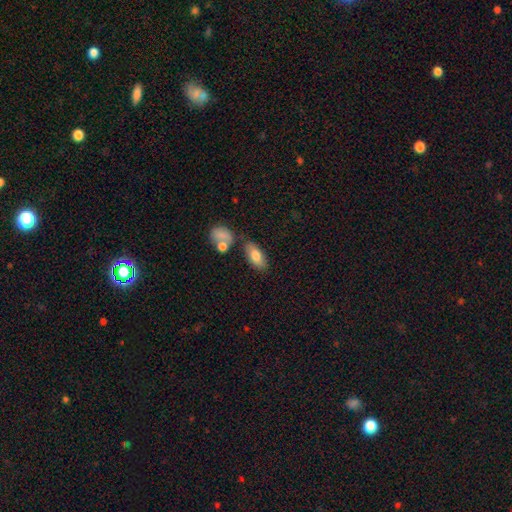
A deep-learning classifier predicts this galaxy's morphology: The model was most divided on "merging": none: 71%, minor disturbance: 14%, merger: 11%, major disturbance: 4%. More confident: how rounded — in between (87%); smooth or featured — smooth (77%).